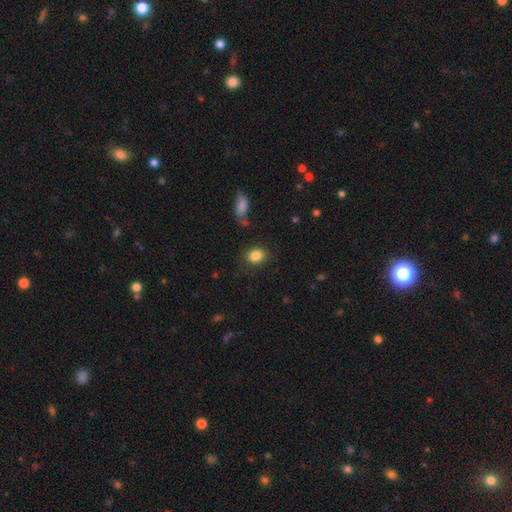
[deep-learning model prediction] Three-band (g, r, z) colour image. It shows a smooth galaxy with no disk features (85%) that is in between round and cigar-shaped (59%). Merging: none (81%).